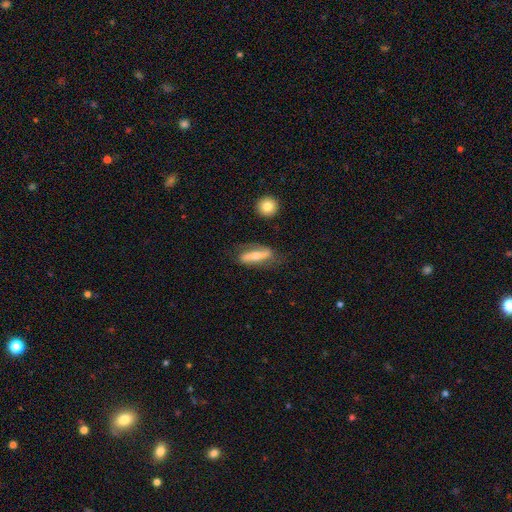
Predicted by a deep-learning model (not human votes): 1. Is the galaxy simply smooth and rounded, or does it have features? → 53% featured or disk, 41% smooth, 6% star or artifact.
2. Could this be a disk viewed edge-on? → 58% no, 42% yes.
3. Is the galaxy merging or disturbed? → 67% none, 21% minor disturbance, 9% major disturbance, 3% merger.